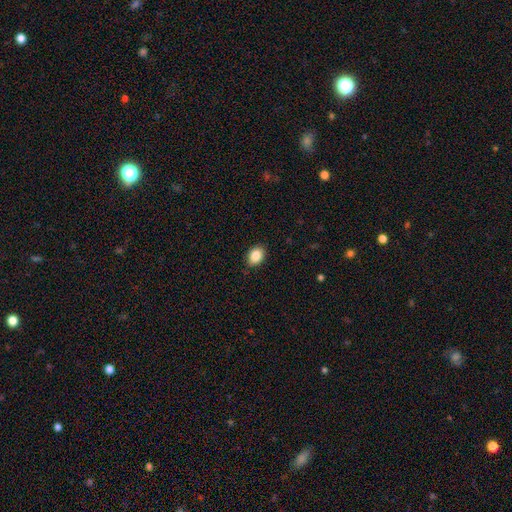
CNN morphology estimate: The model was most divided on "how rounded": in between: 73%, round: 26%, cigar-shaped: 1%. More confident: smooth or featured — smooth (87%); merging — none (87%).